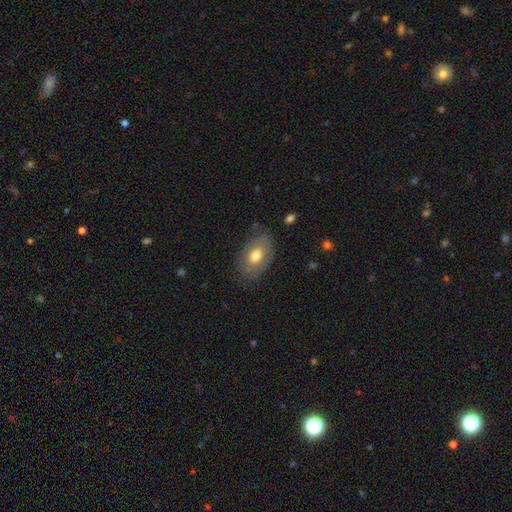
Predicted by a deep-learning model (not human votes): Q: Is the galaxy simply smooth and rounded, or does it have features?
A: smooth — 67%.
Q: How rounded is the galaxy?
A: in between — 88%.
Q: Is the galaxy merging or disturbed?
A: none — 76%.